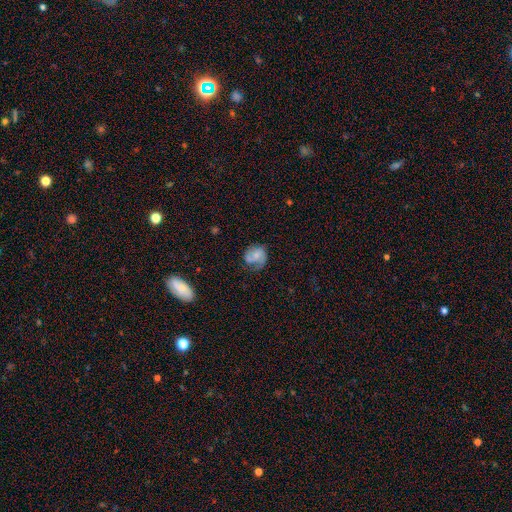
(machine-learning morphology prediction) This is possibly a smooth galaxy (48%). Merging: possibly none (47%).